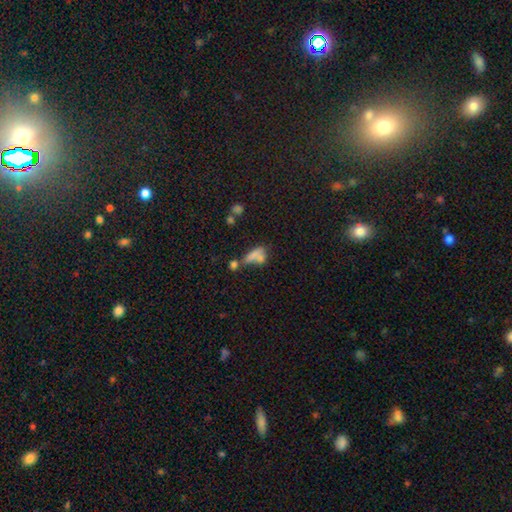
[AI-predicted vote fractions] A smooth galaxy with no disk features (65%) that is in between round and cigar-shaped (66%). Merging: merger (43%).